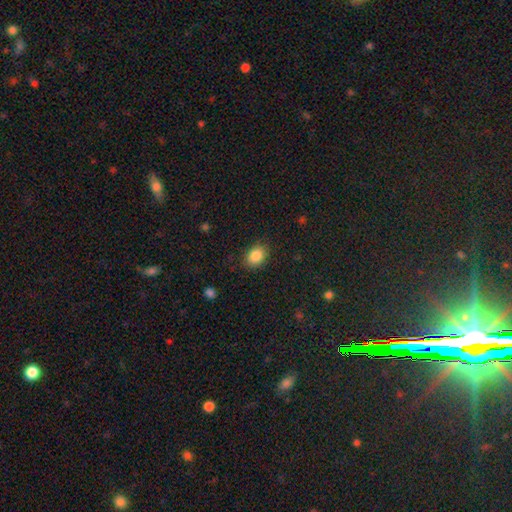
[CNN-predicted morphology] Smooth or featured?
  - smooth: 86% *
  - star or artifact: 9%
  - featured or disk: 5%
How rounded?
  - in between: 66% *
  - round: 33%
  - cigar-shaped: 1%
Merging?
  - none: 84% *
  - minor disturbance: 12%
  - major disturbance: 3%
  - merger: 1%